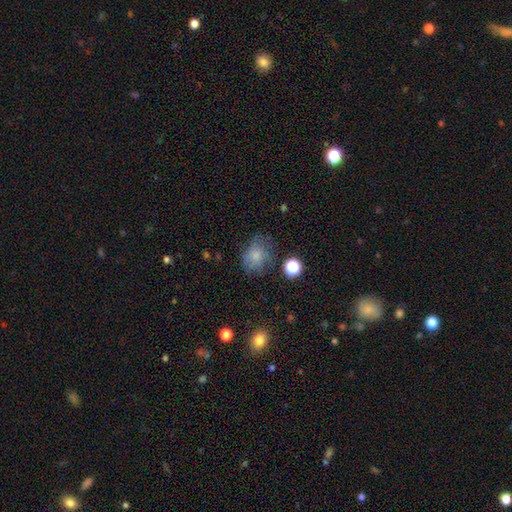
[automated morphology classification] The model was most divided on "how rounded": in between: 51%, round: 47%, cigar-shaped: 1%. More confident: smooth or featured — smooth (72%); merging — none (56%).